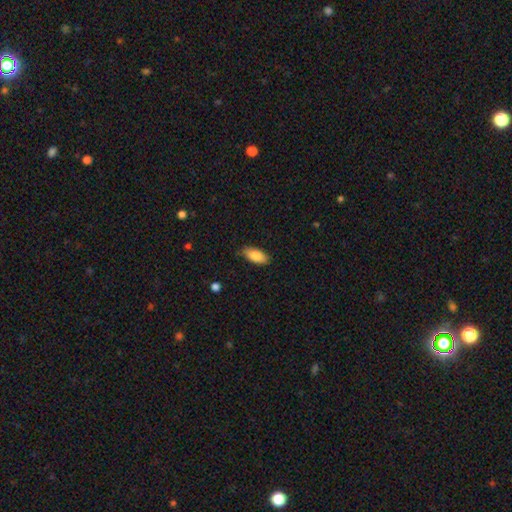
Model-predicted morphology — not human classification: smooth-or-featured: smooth: 86% | featured or disk: 7% | star or artifact: 6%
  how-rounded: in between: 88% | cigar-shaped: 10% | round: 2%
  merging: none: 81% | minor disturbance: 15% | major disturbance: 3% | merger: 1%